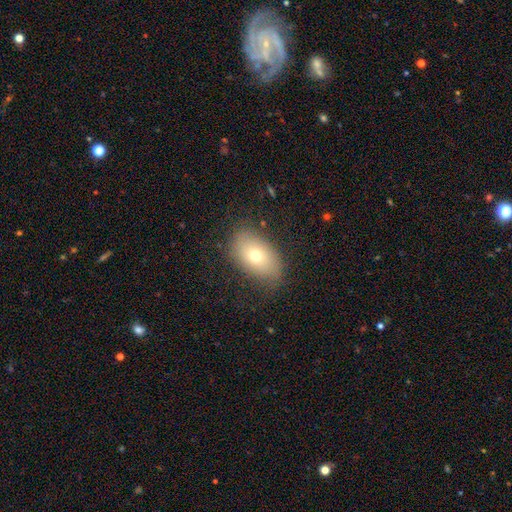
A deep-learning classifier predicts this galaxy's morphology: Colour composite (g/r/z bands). It shows a smooth galaxy with no disk features (68%) that is in between round and cigar-shaped (86%). Merging: none (76%).